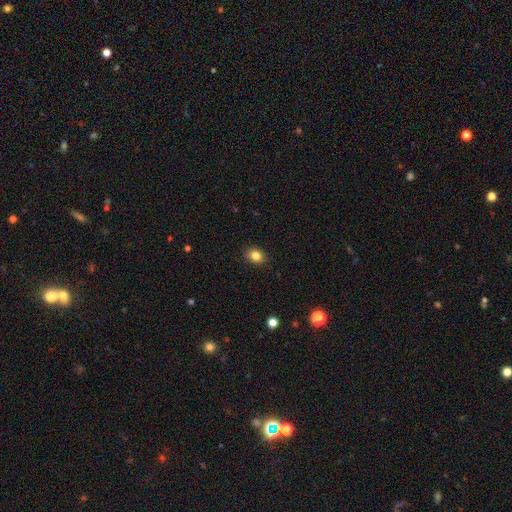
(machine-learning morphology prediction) Smooth or featured: smooth — 83% (star or artifact — 11%)
How rounded: in between — 50% (round — 49%)
Merging: none — 88% (minor disturbance — 9%)